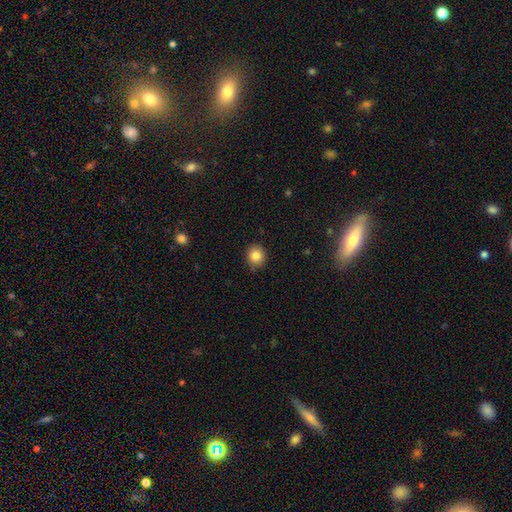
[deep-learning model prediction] smooth_or_featured: smooth (p=0.84) [alt: star or artifact p=0.10]
how_rounded: round (p=0.86) [alt: in between p=0.14]
merging: none (p=0.86) [alt: minor disturbance p=0.11]